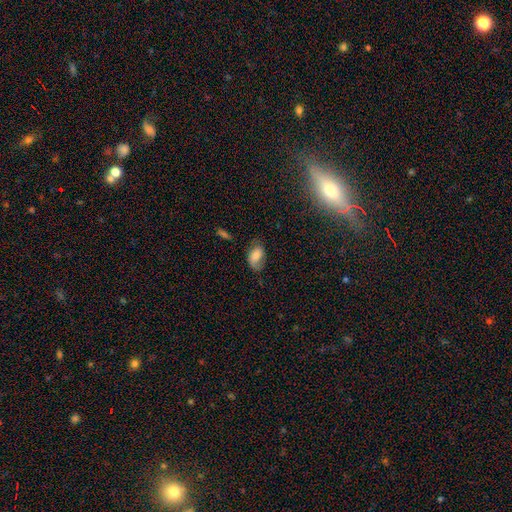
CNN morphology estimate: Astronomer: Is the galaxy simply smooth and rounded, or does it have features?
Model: smooth — 72%.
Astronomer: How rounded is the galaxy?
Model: in between — 91%.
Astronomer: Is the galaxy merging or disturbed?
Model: none — 60%.